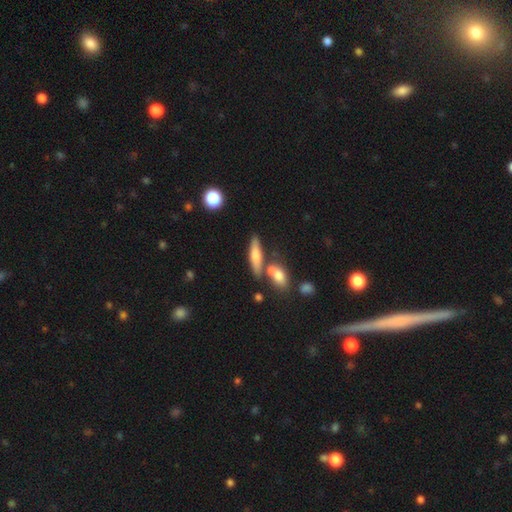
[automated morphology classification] A smooth galaxy with no disk features (62%) that is cigar-shaped (66%). Merging: none (65%).